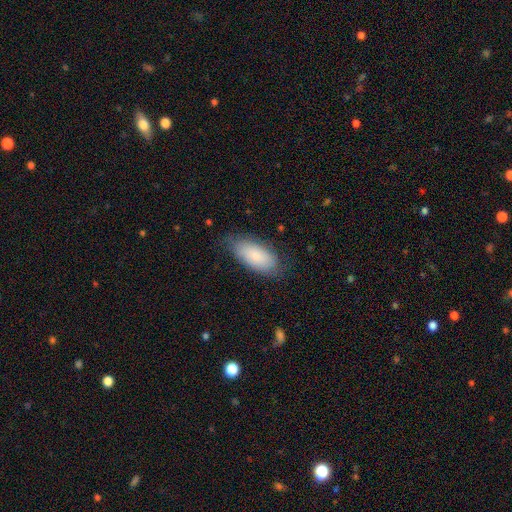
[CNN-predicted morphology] This is likely a smooth galaxy (80%). How rounded: clearly in between (91%). Merging: likely none (73%).